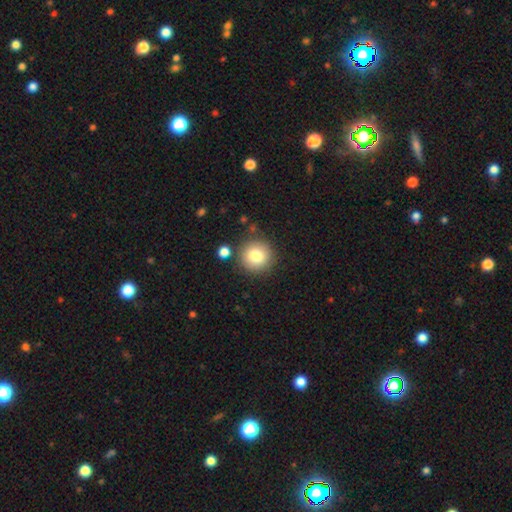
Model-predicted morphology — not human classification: smooth-or-featured: smooth: 82% | star or artifact: 10% | featured or disk: 8%
  how-rounded: round: 93% | in between: 6% | cigar-shaped: 1%
  merging: none: 84% | minor disturbance: 8% | merger: 5% | major disturbance: 3%